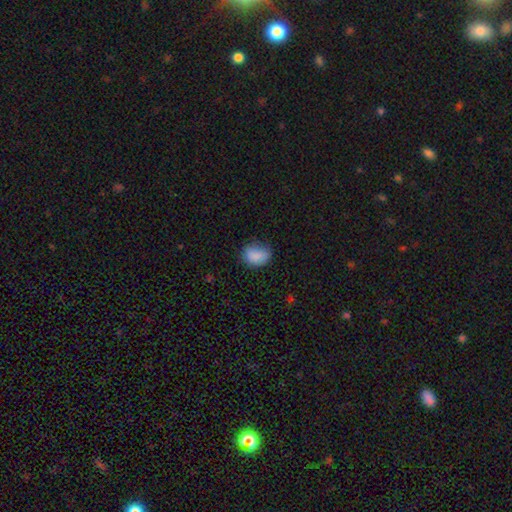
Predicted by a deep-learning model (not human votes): Overall: smooth (85%). How rounded: in between (66%; round 33%). Merging: none (59%; minor disturbance 30%).